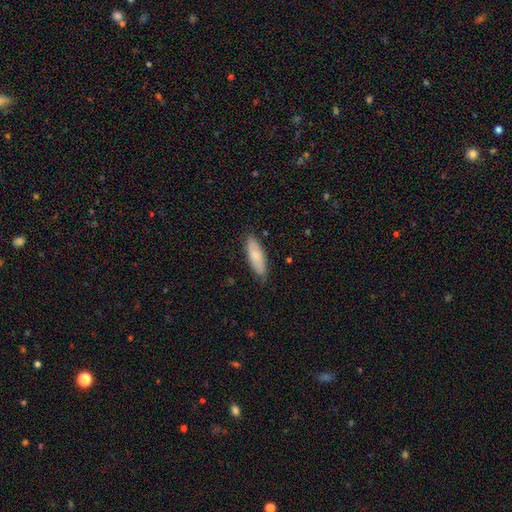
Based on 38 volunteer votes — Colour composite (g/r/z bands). It shows a smooth galaxy with no disk features (79%) that is in between round and cigar-shaped (50%, tied with cigar-shaped). Merging: none (75%).